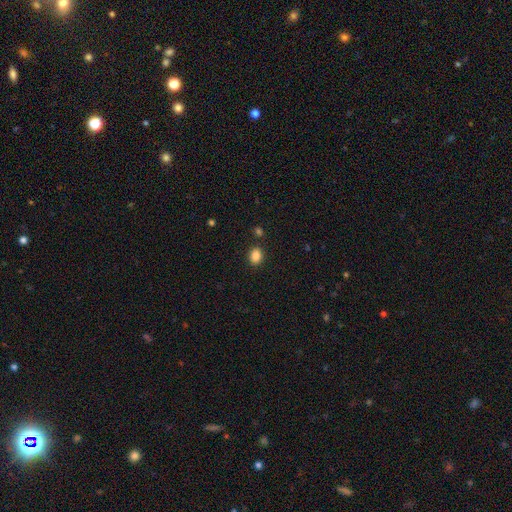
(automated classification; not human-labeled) Q: Smooth or featured?
A: smooth (86%); runner-up: star or artifact (10%)
Q: How rounded?
A: in between (57%); runner-up: round (42%)
Q: Merging?
A: none (86%); runner-up: minor disturbance (8%)